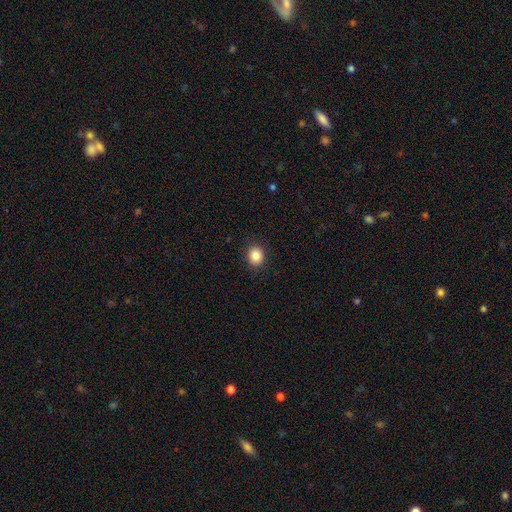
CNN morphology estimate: smooth-or-featured: smooth: 85% | star or artifact: 10% | featured or disk: 5%
  how-rounded: round: 70% | in between: 29% | cigar-shaped: 1%
  merging: none: 90% | minor disturbance: 7% | major disturbance: 2% | merger: 1%